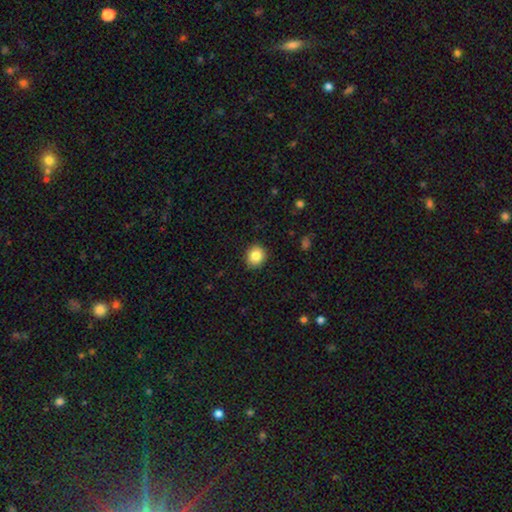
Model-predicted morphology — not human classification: This is clearly a smooth galaxy (85%). How rounded: clearly round (81%). Merging: clearly none (90%).